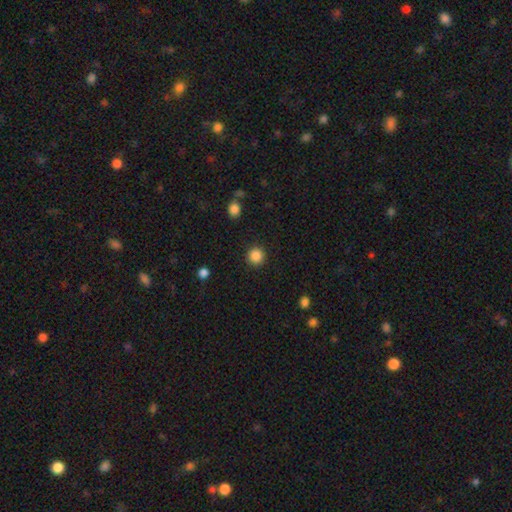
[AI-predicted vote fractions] smooth-or-featured: smooth: 87% | star or artifact: 10% | featured or disk: 3%
  how-rounded: round: 95% | in between: 4% | cigar-shaped: 1%
  merging: none: 91% | minor disturbance: 5% | major disturbance: 2% | merger: 1%